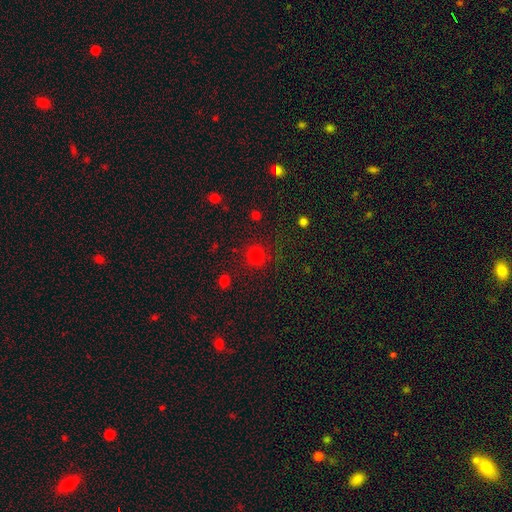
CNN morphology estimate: smooth-or-featured: smooth: 78% | star or artifact: 17% | featured or disk: 5%
  how-rounded: round: 91% | in between: 8% | cigar-shaped: 1%
  merging: none: 86% | minor disturbance: 8% | major disturbance: 4% | merger: 2%